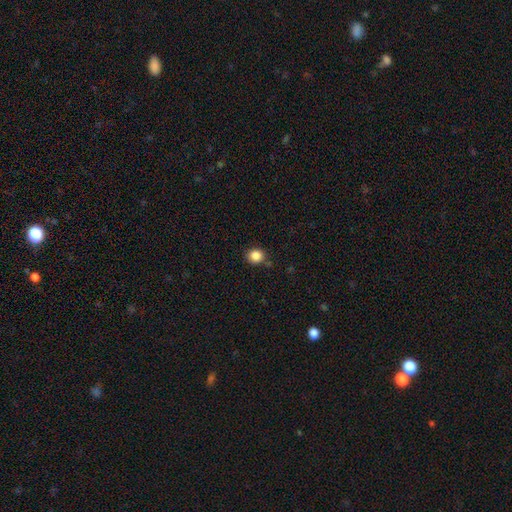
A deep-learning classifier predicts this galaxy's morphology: Q: Smooth or featured?
A: smooth (86%); runner-up: star or artifact (11%)
Q: How rounded?
A: round (83%); runner-up: in between (16%)
Q: Merging?
A: none (83%); runner-up: minor disturbance (10%)